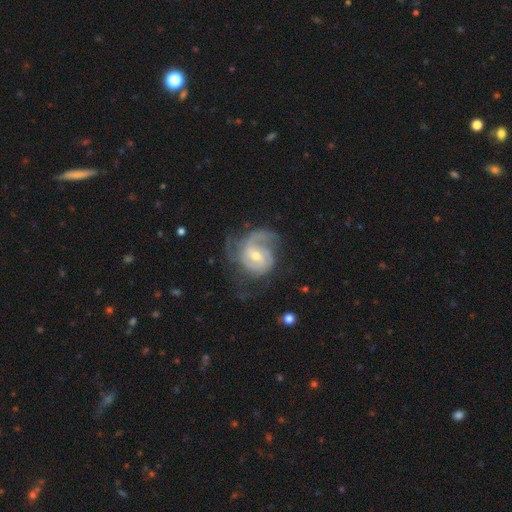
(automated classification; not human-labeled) This appears to be a featured or disk galaxy (85%) with a weak bar (52%), 2 (44%) tight (44%) spiral arms (95%) and a moderate central bulge (51%). Merging: none (51%).